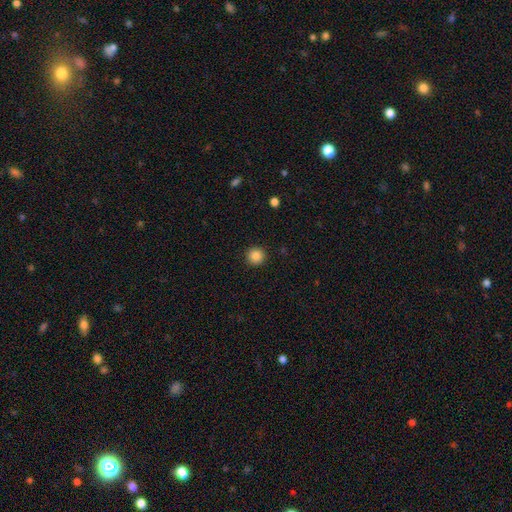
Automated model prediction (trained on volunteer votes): Overall: smooth (86%). How rounded: round (95%). Merging: none (92%).